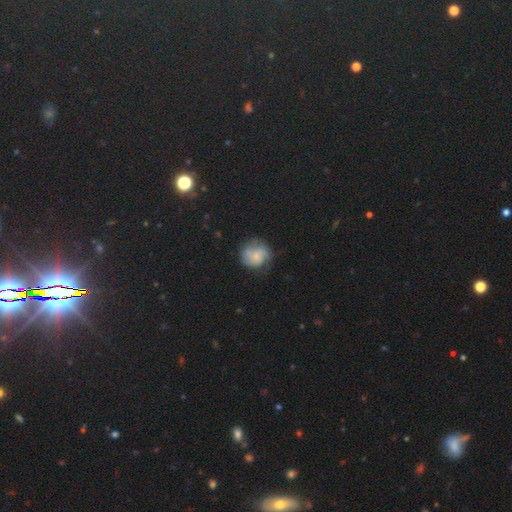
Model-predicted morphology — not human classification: A featured or disk galaxy (46%).

Vote fractions:
- Smooth or featured? featured or disk: 46% / smooth: 45% / star or artifact: 10%
- Merging? none: 67% / minor disturbance: 21% / major disturbance: 10% / merger: 2%